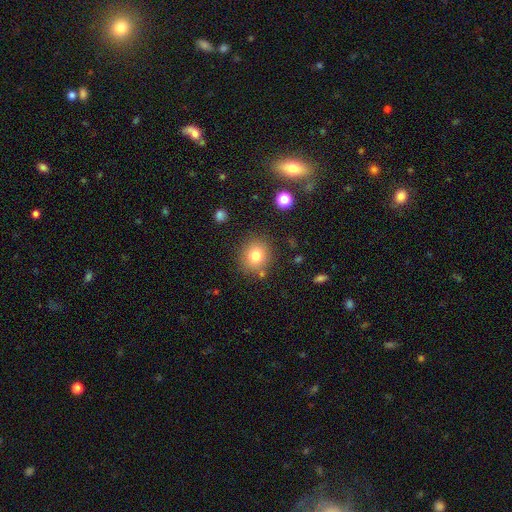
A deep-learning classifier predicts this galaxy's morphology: Q: Smooth or featured?
A: smooth (78%); runner-up: star or artifact (12%)
Q: How rounded?
A: round (86%); runner-up: in between (13%)
Q: Merging?
A: none (83%); runner-up: minor disturbance (10%)